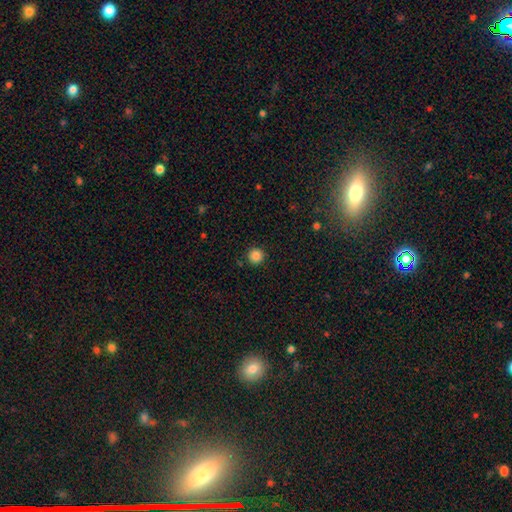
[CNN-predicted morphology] Smooth or featured: smooth — 86% (star or artifact — 11%)
How rounded: round — 96% (in between — 4%)
Merging: none — 91% (minor disturbance — 6%)